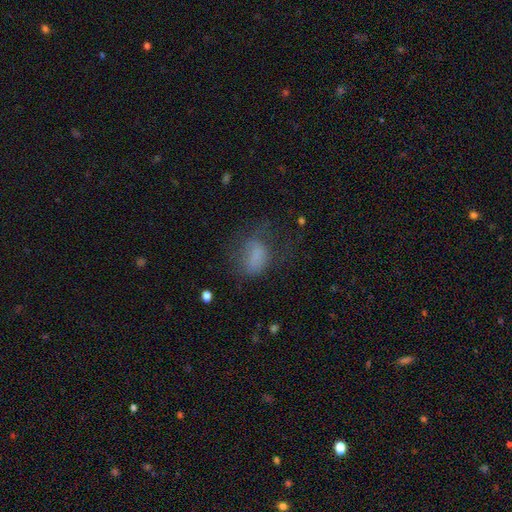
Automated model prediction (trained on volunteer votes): This is likely a smooth galaxy (68%). How rounded: likely in between (77%). Merging: marginally none (38%).